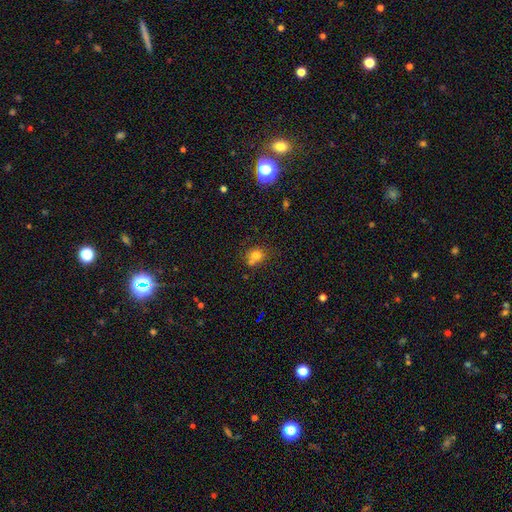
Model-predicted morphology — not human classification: type=smooth (74%); roundness=round (70%); merging=none (45%).